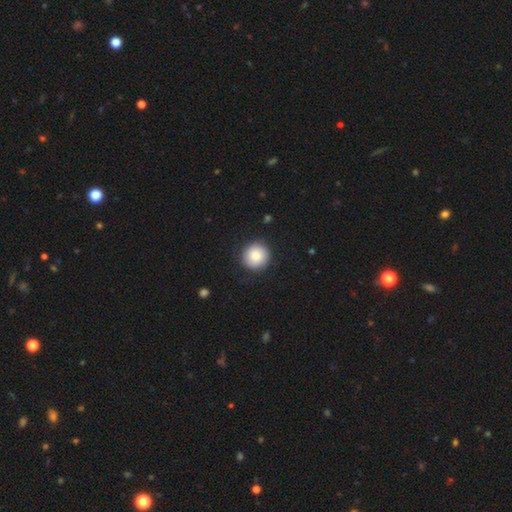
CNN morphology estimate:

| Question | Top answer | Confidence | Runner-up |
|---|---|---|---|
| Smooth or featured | smooth | 84% | featured or disk (9%) |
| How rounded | round | 93% | in between (6%) |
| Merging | none | 87% | minor disturbance (10%) |